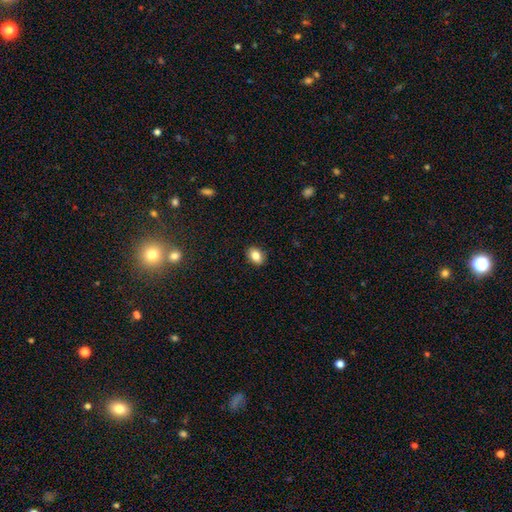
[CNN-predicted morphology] smooth 84%, star or artifact 9%, featured or disk 7%. Down the decision tree: how rounded — in between (72%); merging — none (88%).